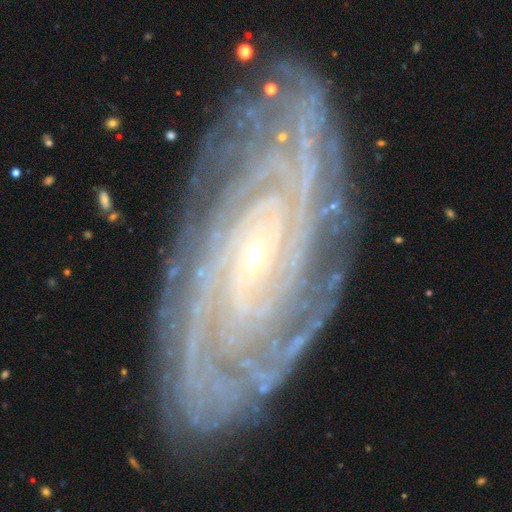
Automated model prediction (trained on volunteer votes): A featured or disk galaxy (89%) with no bar (52%), more than 4 (23%, tied with can't tell) tight (83%) spiral arms (98%) and a small central bulge (82%).

Vote fractions:
- Smooth or featured? featured or disk: 89% / star or artifact: 6% / smooth: 5%
- Edge-on disk? no: 94% / yes: 6%
- Bar? no: 52% / weak: 31% / strong: 17%
- Spiral arms? yes: 98% / no: 2%
- Spiral winding? tight: 83% / medium: 14% / loose: 3%
- Spiral arm count? more than 4: 23% (tied) / can't tell: 23% (tied) / 4: 19% / 3: 14% / 2: 13% / 1: 8%
- Bulge size? small: 82% / moderate: 14% / none: 2% / large: 1% / dominant: 1%
- Merging? none: 83% / minor disturbance: 12% / major disturbance: 3% / merger: 1%